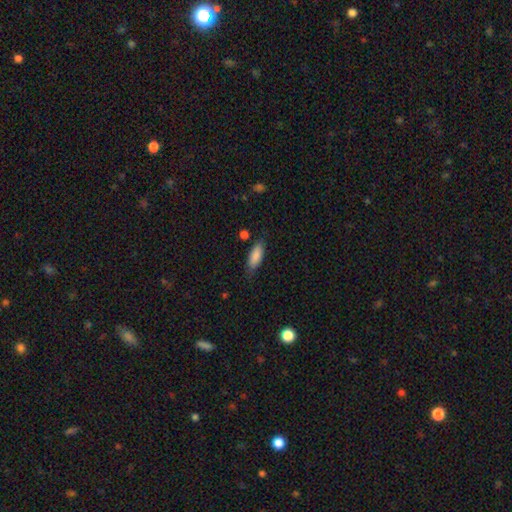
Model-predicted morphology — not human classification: smooth_or_featured: smooth (p=0.86) [alt: featured or disk p=0.07]
how_rounded: in between (p=0.73) [alt: cigar-shaped p=0.25]
merging: none (p=0.76) [alt: minor disturbance p=0.18]